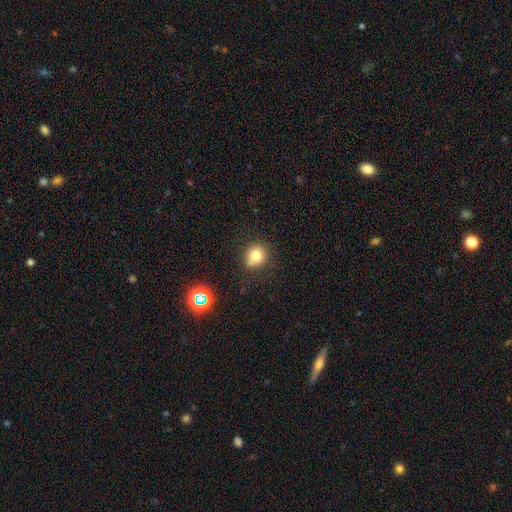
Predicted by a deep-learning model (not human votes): Smooth or featured: smooth — 79% (star or artifact — 14%)
How rounded: round — 84% (in between — 15%)
Merging: none — 75% (minor disturbance — 16%)